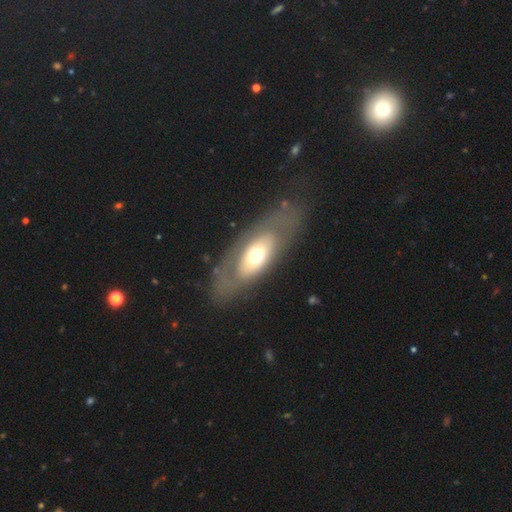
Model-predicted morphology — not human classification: smooth_or_featured: featured or disk (p=0.49) [alt: smooth p=0.45]
merging: none (p=0.75) [alt: minor disturbance p=0.14]